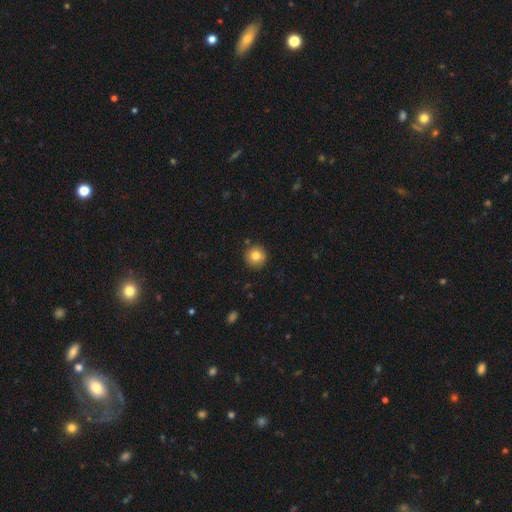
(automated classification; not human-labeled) Smooth or featured?
  - smooth: 82% *
  - star or artifact: 10%
  - featured or disk: 8%
How rounded?
  - round: 95% *
  - in between: 4%
  - cigar-shaped: 1%
Merging?
  - none: 89% *
  - minor disturbance: 7%
  - merger: 2%
  - major disturbance: 2%